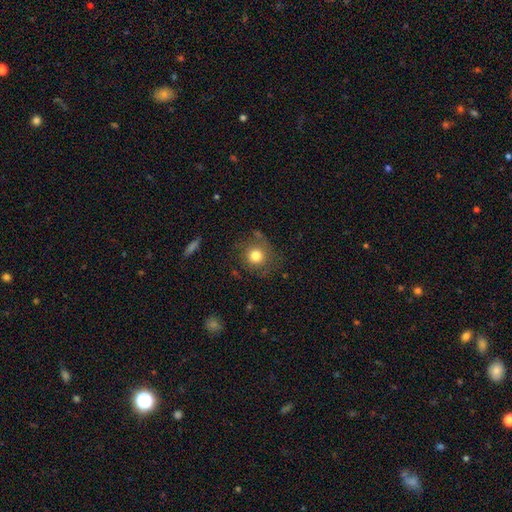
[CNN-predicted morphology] Smooth or featured? Predicted: smooth (p=0.77). How rounded? Predicted: round (p=0.88). Merging? Predicted: none (p=0.72).